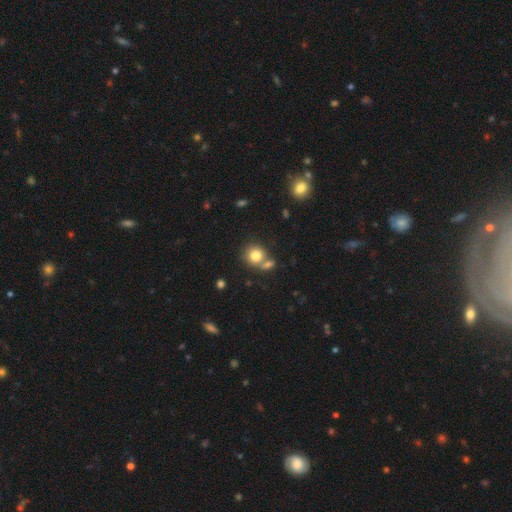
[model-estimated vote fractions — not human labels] Smooth or featured: smooth — 80% (star or artifact — 11%)
How rounded: round — 85% (in between — 14%)
Merging: none — 56% (merger — 30%)